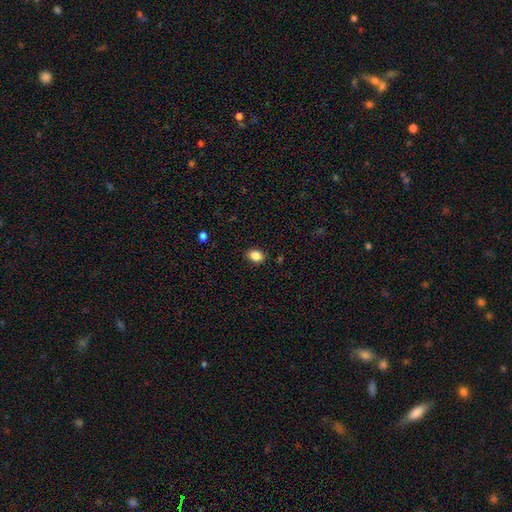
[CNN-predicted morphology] This is clearly a smooth galaxy (85%). How rounded: likely in between (71%). Merging: clearly none (87%).